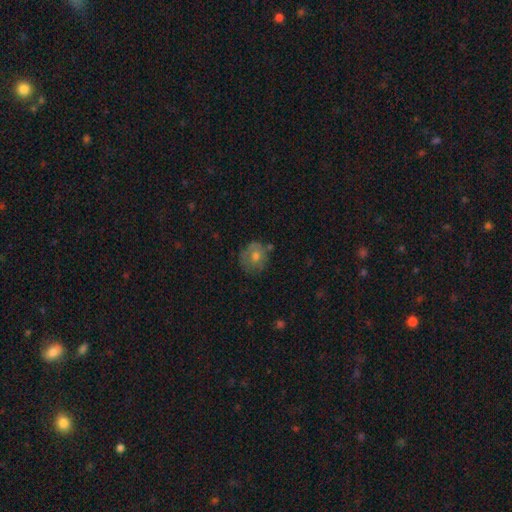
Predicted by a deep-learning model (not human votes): smooth 58%, featured or disk 31%, star or artifact 12%. Down the decision tree: how rounded — round (81%); merging — none (68%).